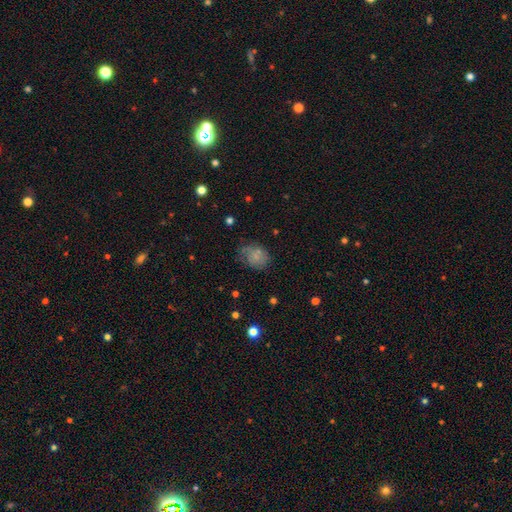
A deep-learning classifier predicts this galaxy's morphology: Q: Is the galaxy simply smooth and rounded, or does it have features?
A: smooth — 67%.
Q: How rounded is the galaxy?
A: in between — 56%.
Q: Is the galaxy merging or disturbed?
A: none — 53%.